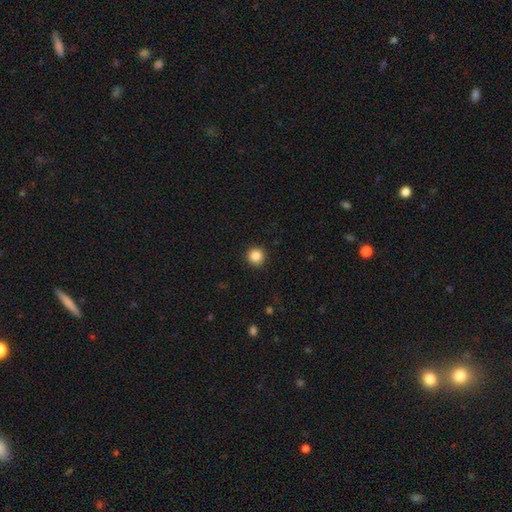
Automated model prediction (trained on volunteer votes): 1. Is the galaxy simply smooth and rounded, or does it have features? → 86% smooth, 10% star or artifact, 4% featured or disk.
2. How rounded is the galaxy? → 96% round, 3% in between, 1% cigar-shaped.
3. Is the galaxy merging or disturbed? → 93% none, 4% minor disturbance, 2% major disturbance, 1% merger.